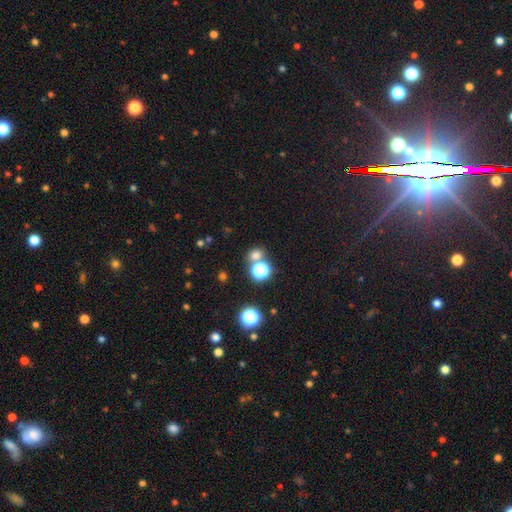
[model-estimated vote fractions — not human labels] Q: Smooth or featured?
A: smooth (65%); runner-up: star or artifact (28%)
Q: How rounded?
A: round (72%); runner-up: in between (27%)
Q: Merging?
A: none (65%); runner-up: merger (24%)